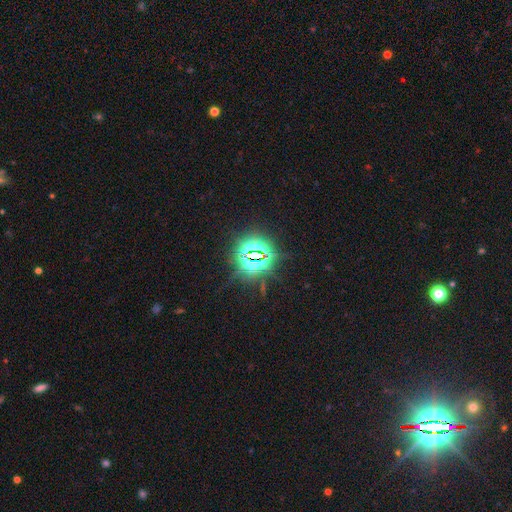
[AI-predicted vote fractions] Overall: star or artifact (81%).